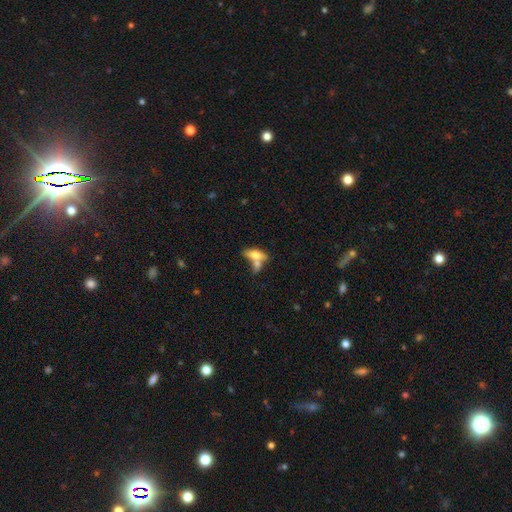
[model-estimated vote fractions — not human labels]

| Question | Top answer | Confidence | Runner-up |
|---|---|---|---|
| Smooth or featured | smooth | 68% | featured or disk (24%) |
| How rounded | in between | 75% | cigar-shaped (22%) |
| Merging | merger | 46% | none (35%) |